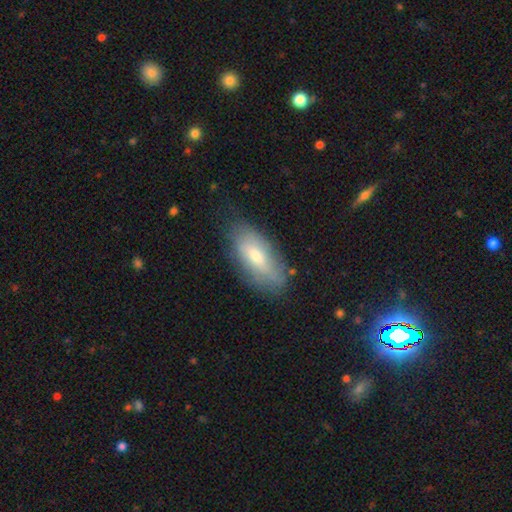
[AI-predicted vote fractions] smooth-or-featured: smooth: 61% | featured or disk: 32% | star or artifact: 7%
  how-rounded: in between: 83% | cigar-shaped: 14% | round: 3%
  merging: none: 72% | minor disturbance: 21% | major disturbance: 6% | merger: 2%